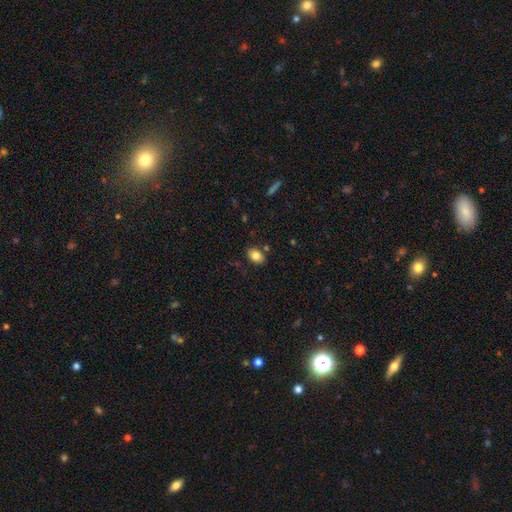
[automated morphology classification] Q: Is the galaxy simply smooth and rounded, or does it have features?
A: smooth — 82%.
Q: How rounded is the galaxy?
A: in between — 83%.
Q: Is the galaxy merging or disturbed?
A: none — 81%.